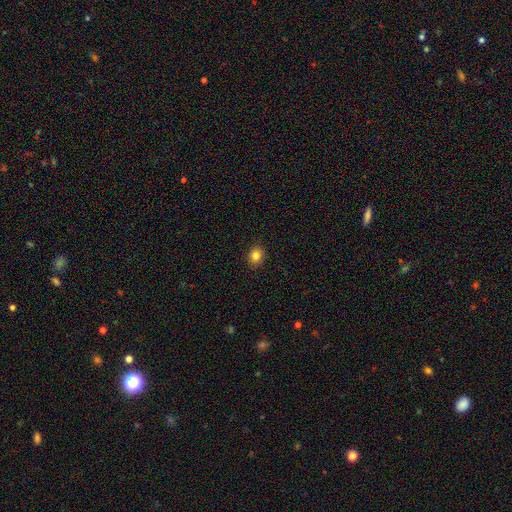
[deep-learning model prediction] This appears to be a smooth galaxy with no disk features (84%) that is round (61%). Merging: none (91%).